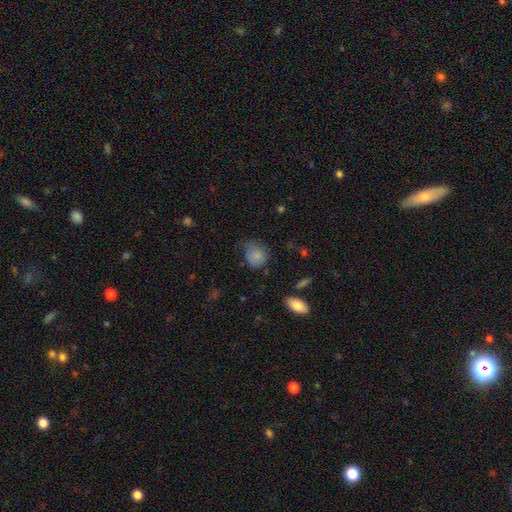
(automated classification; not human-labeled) Smooth or featured?
  - smooth: 82% *
  - star or artifact: 9%
  - featured or disk: 9%
How rounded?
  - round: 63% *
  - in between: 36%
  - cigar-shaped: 1%
Merging?
  - none: 48% *
  - minor disturbance: 35%
  - major disturbance: 14%
  - merger: 2%